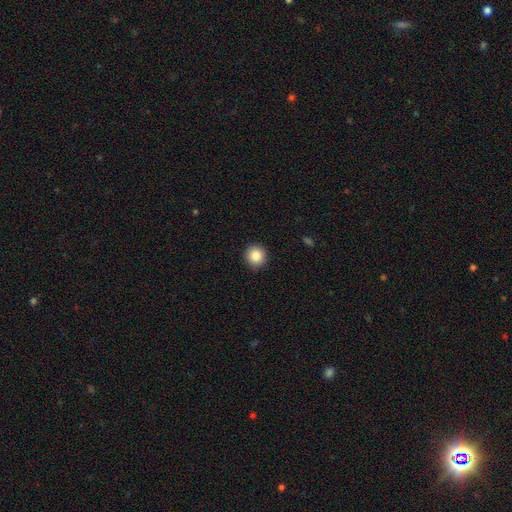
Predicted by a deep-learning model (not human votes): smooth_or_featured: smooth (p=0.86) [alt: star or artifact p=0.09]
how_rounded: round (p=0.94) [alt: in between p=0.05]
merging: none (p=0.92) [alt: minor disturbance p=0.06]